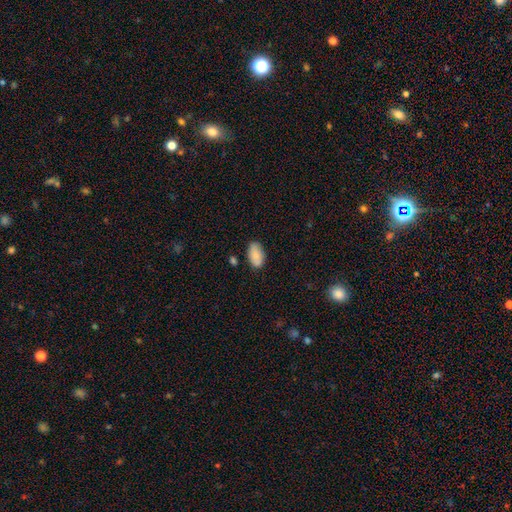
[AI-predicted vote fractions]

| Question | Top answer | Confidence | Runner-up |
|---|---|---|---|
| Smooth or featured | smooth | 84% | featured or disk (10%) |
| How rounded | in between | 94% | round (4%) |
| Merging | none | 77% | minor disturbance (16%) |